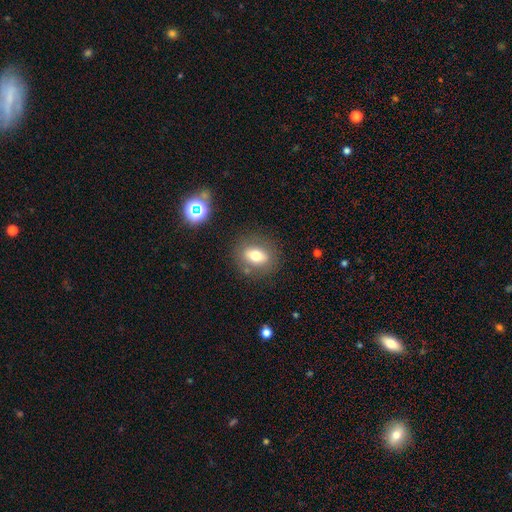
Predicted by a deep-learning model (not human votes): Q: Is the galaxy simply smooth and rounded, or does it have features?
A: smooth — 69%.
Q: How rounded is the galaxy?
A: in between — 64%.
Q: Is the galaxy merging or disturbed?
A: none — 82%.